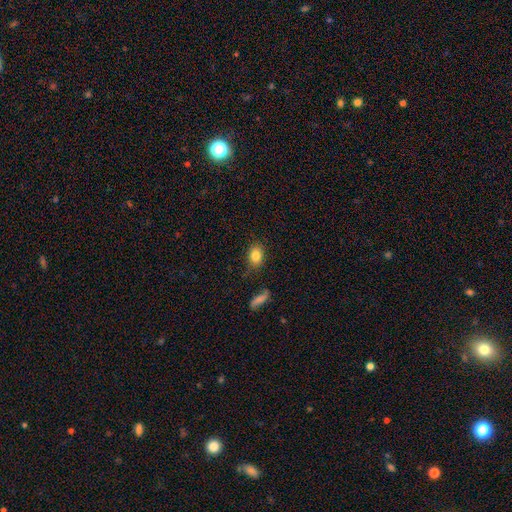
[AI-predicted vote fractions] The model was most divided on "how rounded": in between: 74%, round: 24%, cigar-shaped: 2%. More confident: smooth or featured — smooth (83%); merging — none (79%).